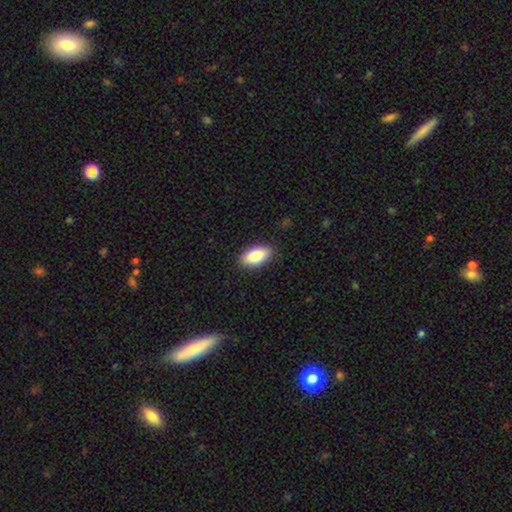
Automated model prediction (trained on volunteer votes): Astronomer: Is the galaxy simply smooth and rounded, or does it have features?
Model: smooth — 86%.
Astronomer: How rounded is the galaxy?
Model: in between — 93%.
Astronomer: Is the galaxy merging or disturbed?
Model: none — 87%.